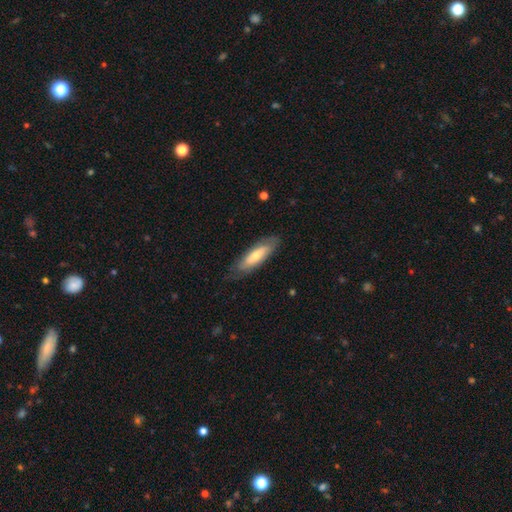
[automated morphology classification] Smooth or featured: smooth — 62% (featured or disk — 33%)
How rounded: in between — 50% (cigar-shaped — 49%)
Merging: none — 75% (minor disturbance — 18%)